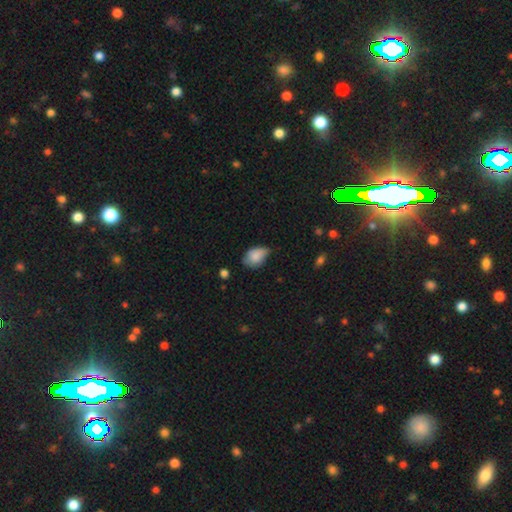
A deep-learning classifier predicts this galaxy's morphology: The model was most divided on "merging": minor disturbance: 48%, none: 40%, major disturbance: 10%, merger: 2%. More confident: smooth or featured — smooth (82%); how rounded — in between (81%).